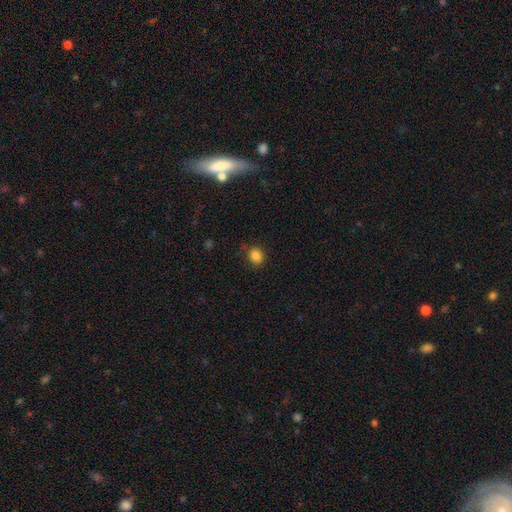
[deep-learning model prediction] Q: Smooth or featured?
A: smooth (85%); runner-up: star or artifact (11%)
Q: How rounded?
A: round (74%); runner-up: in between (25%)
Q: Merging?
A: none (83%); runner-up: minor disturbance (12%)